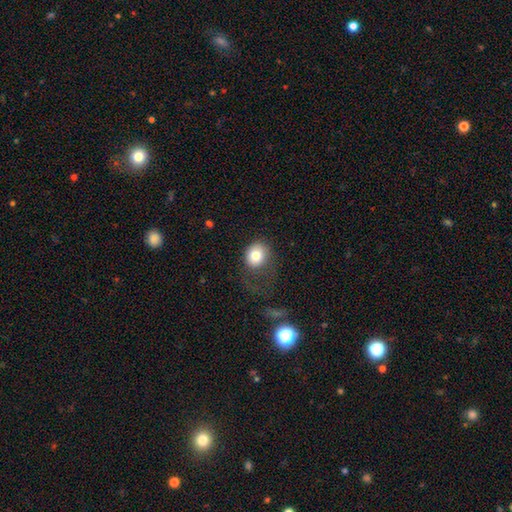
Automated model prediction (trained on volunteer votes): This is likely a smooth galaxy (80%). How rounded: likely round (63%). Merging: possibly none (50%).